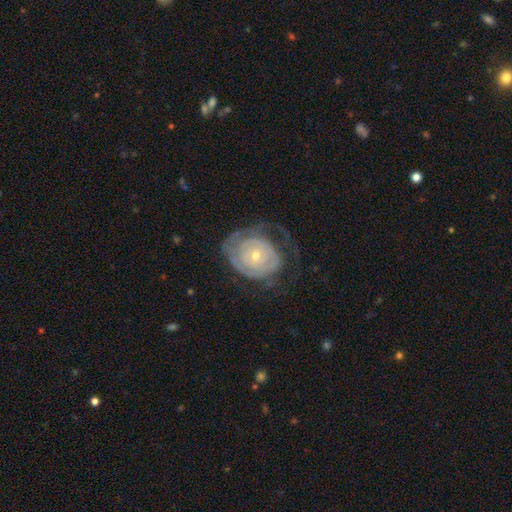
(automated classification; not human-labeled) Overall: featured or disk (79%). Edge-on disk: no (97%). Bar: no (80%). Spiral arms: yes (83%). Spiral arm count: can't tell (45%; 2 26%). Spiral winding: tight (75%). Bulge size: small (65%; moderate 31%). Merging: none (54%; major disturbance 24%).